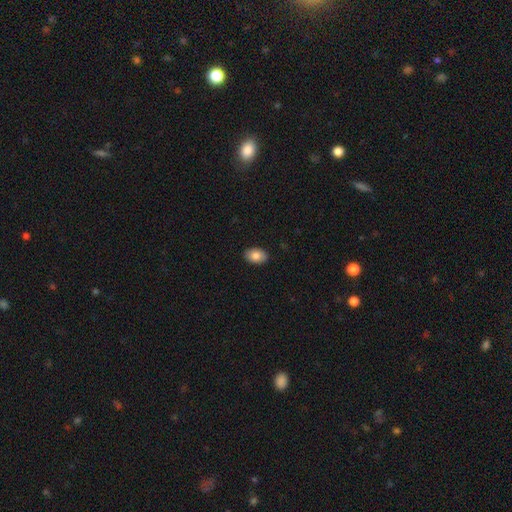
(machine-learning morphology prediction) Smooth or featured?
  - smooth: 84% *
  - featured or disk: 9%
  - star or artifact: 7%
How rounded?
  - in between: 88% *
  - round: 11%
  - cigar-shaped: 1%
Merging?
  - none: 91% *
  - minor disturbance: 7%
  - major disturbance: 2%
  - merger: 1%